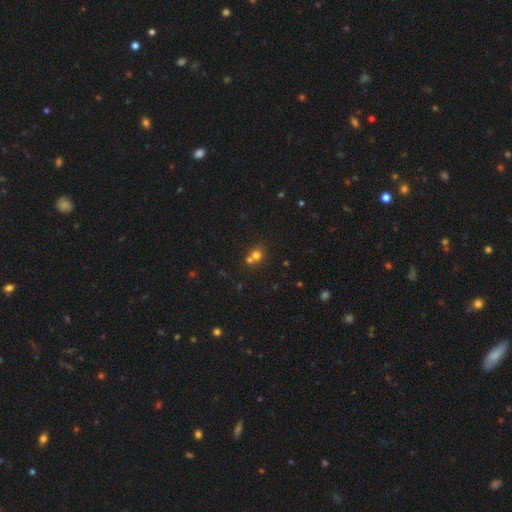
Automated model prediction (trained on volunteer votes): Smooth or featured?
  - smooth: 69% *
  - star or artifact: 18%
  - featured or disk: 12%
How rounded?
  - round: 80% *
  - in between: 19%
  - cigar-shaped: 1%
Merging?
  - merger: 49% *
  - none: 42%
  - minor disturbance: 7%
  - major disturbance: 3%